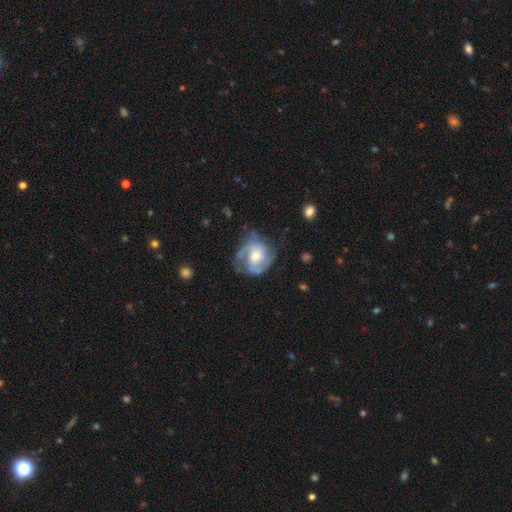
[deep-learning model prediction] Smooth or featured? featured or disk (71%)
Edge-on disk? no (98%)
Bar? no (58%)
Spiral arms? yes (85%)
Spiral winding? medium (45%)
Spiral arm count? 2 (48%)
Bulge size? moderate (57%)
Merging? none (56%)